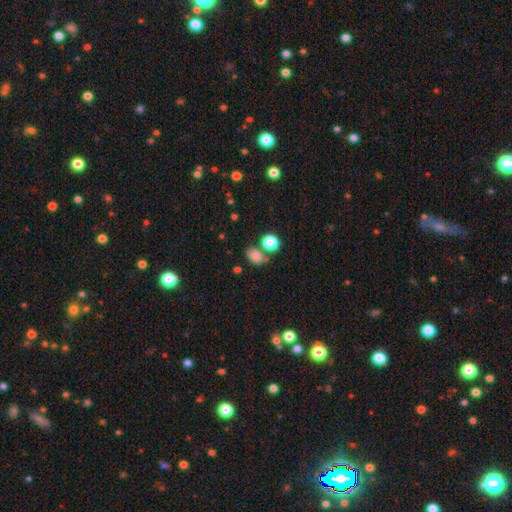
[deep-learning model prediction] This is clearly a smooth galaxy (81%). How rounded: likely in between (65%). Merging: possibly none (59%).